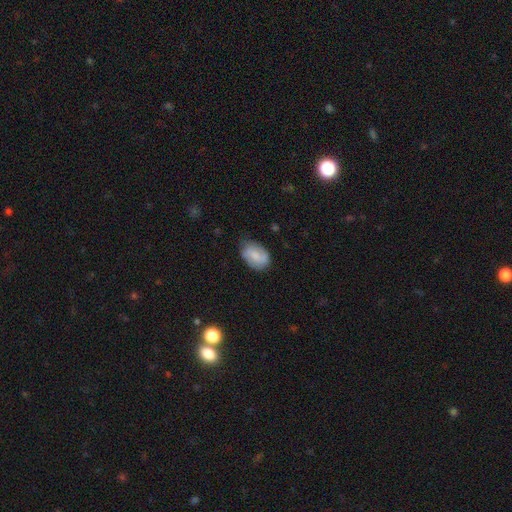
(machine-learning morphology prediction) smooth-or-featured: smooth: 66% | featured or disk: 27% | star or artifact: 7%
  how-rounded: in between: 86% | round: 12% | cigar-shaped: 2%
  merging: none: 66% | minor disturbance: 27% | major disturbance: 6% | merger: 2%